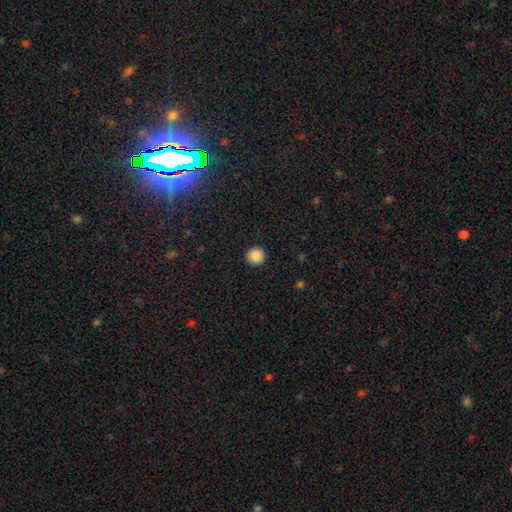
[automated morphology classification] smooth_or_featured: smooth (p=0.89) [alt: star or artifact p=0.09]
how_rounded: round (p=0.94) [alt: in between p=0.05]
merging: none (p=0.93) [alt: minor disturbance p=0.05]